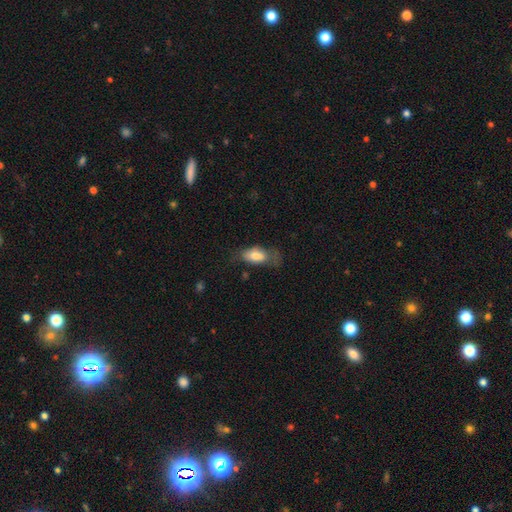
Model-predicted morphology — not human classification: type=smooth (75%); roundness=in between (88%); merging=none (40%).